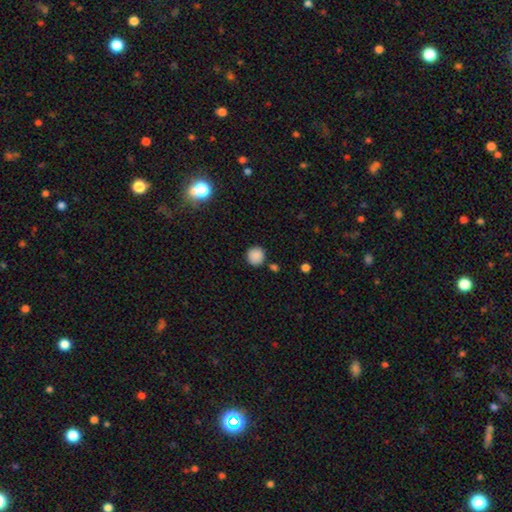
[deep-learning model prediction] Smooth or featured: smooth — 87% (star or artifact — 10%)
How rounded: round — 92% (in between — 7%)
Merging: none — 82% (minor disturbance — 10%)